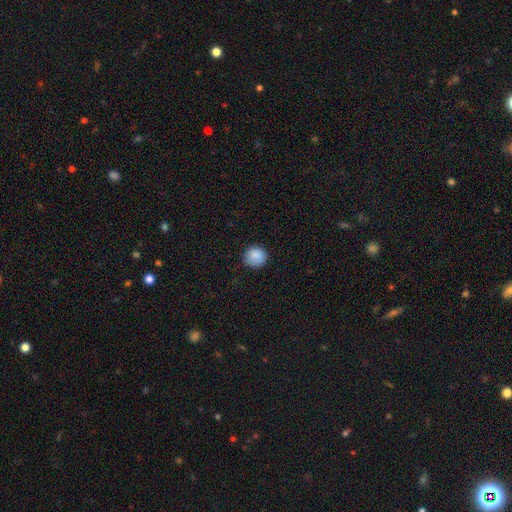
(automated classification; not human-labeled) smooth 87%, star or artifact 9%, featured or disk 4%. Down the decision tree: how rounded — round (88%); merging — none (80%).